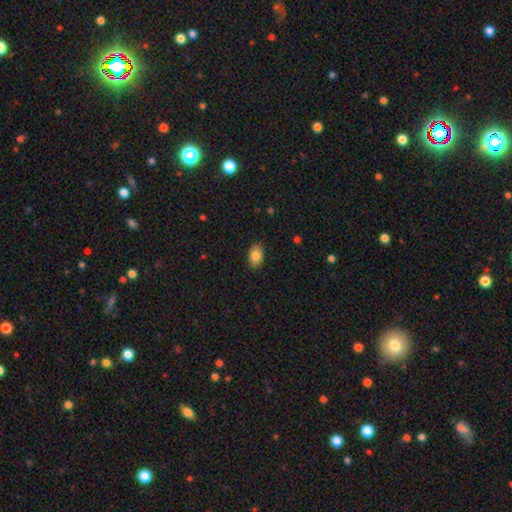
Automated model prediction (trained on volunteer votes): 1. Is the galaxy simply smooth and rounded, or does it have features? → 85% smooth, 8% star or artifact, 8% featured or disk.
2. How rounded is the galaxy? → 87% in between, 12% round, 1% cigar-shaped.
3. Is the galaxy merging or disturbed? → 88% none, 9% minor disturbance, 2% major disturbance, 1% merger.